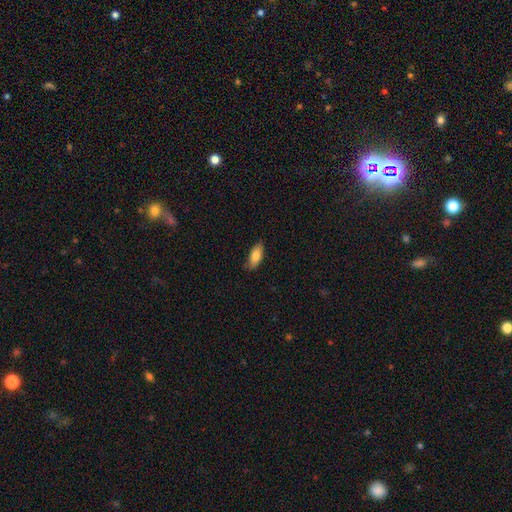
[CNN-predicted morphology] smooth-or-featured: smooth: 81% | featured or disk: 12% | star or artifact: 6%
  how-rounded: in between: 79% | cigar-shaped: 19% | round: 2%
  merging: none: 81% | minor disturbance: 15% | major disturbance: 2% | merger: 1%